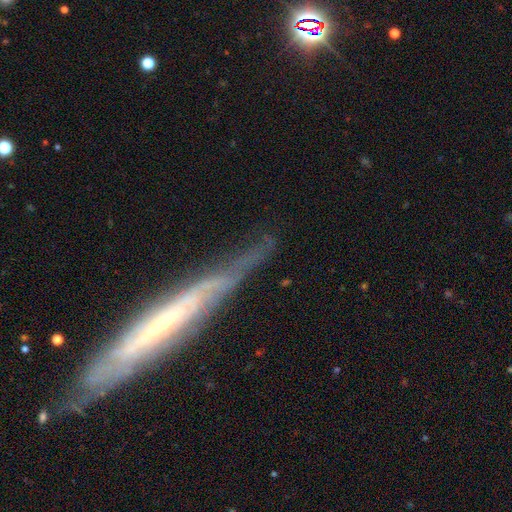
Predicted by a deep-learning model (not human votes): Smooth or featured?
  - featured or disk: 75% *
  - smooth: 17%
  - star or artifact: 8%
Edge-on disk?
  - yes: 61% *
  - no: 39%
Merging?
  - none: 55% *
  - minor disturbance: 25%
  - major disturbance: 17%
  - merger: 3%